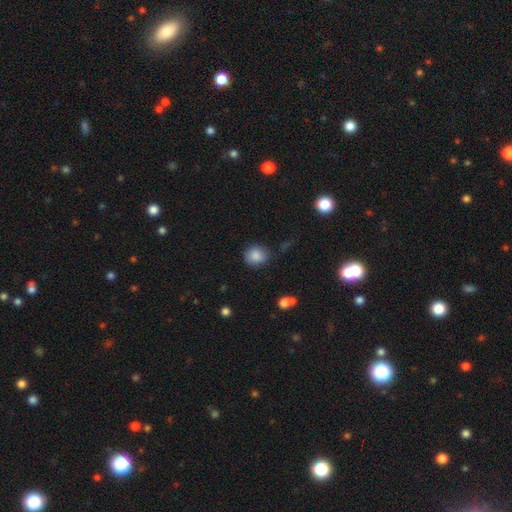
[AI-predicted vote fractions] A smooth galaxy with no disk features (85%) that is round (72%).

Vote fractions:
- Smooth or featured? smooth: 85% / star or artifact: 9% / featured or disk: 6%
- How rounded? round: 72% / in between: 27% / cigar-shaped: 1%
- Merging? none: 73% / minor disturbance: 19% / major disturbance: 5% / merger: 3%